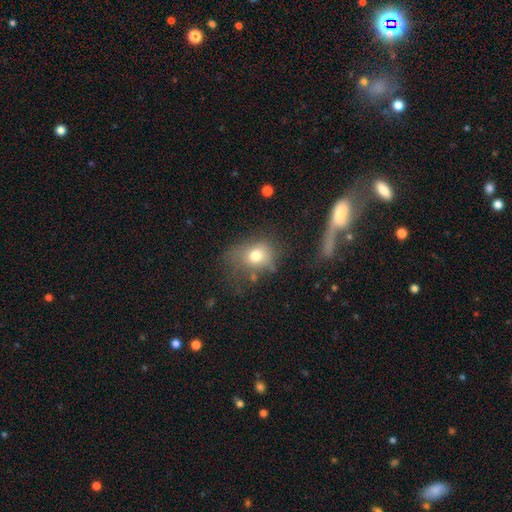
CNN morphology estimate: A smooth galaxy with no disk features (72%) that is in between round and cigar-shaped (50%).

Vote fractions:
- Smooth or featured? smooth: 72% / featured or disk: 15% / star or artifact: 13%
- How rounded? in between: 50% / round: 48% / cigar-shaped: 1%
- Merging? none: 44% / minor disturbance: 25% / major disturbance: 24% / merger: 7%